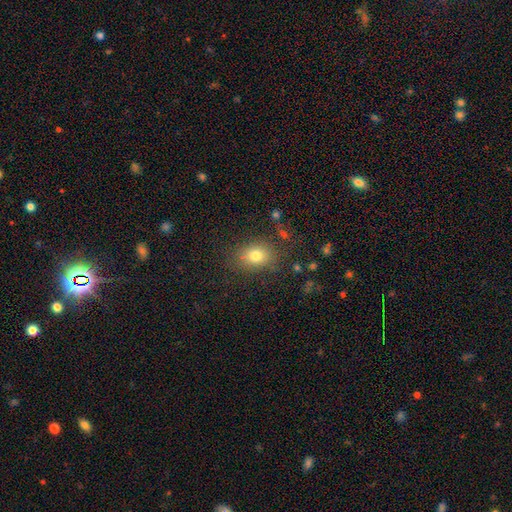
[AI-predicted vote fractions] smooth 78%, star or artifact 13%, featured or disk 10%. Down the decision tree: how rounded — in between (60%); merging — none (79%).